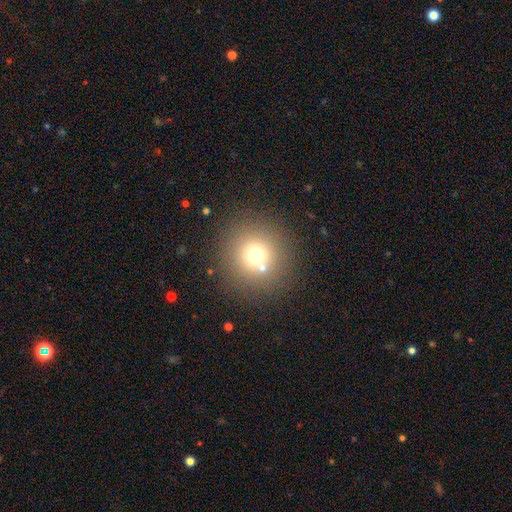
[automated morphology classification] Smooth or featured? Predicted: smooth (p=0.69). How rounded? Predicted: round (p=0.95). Merging? Predicted: none (p=0.83).